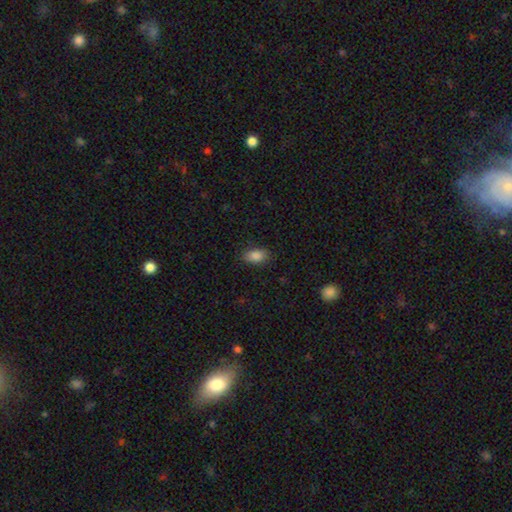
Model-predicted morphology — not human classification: Q: Smooth or featured?
A: smooth (87%); runner-up: star or artifact (8%)
Q: How rounded?
A: in between (91%); runner-up: round (7%)
Q: Merging?
A: none (86%); runner-up: minor disturbance (11%)